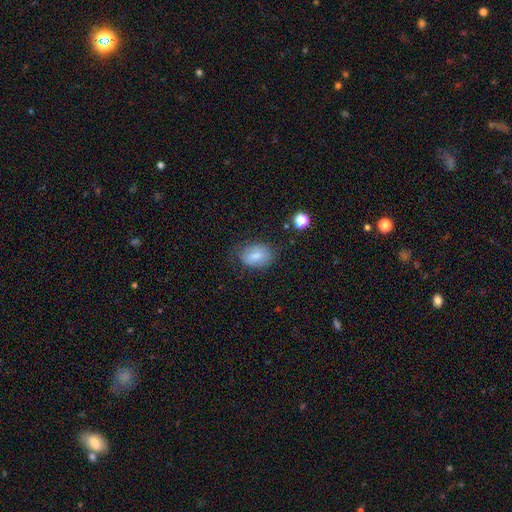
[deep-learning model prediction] A smooth galaxy with no disk features (74%) that is in between round and cigar-shaped (80%).

Vote fractions:
- Smooth or featured? smooth: 74% / featured or disk: 17% / star or artifact: 9%
- How rounded? in between: 80% / round: 19% / cigar-shaped: 1%
- Merging? none: 69% / minor disturbance: 22% / major disturbance: 7% / merger: 2%